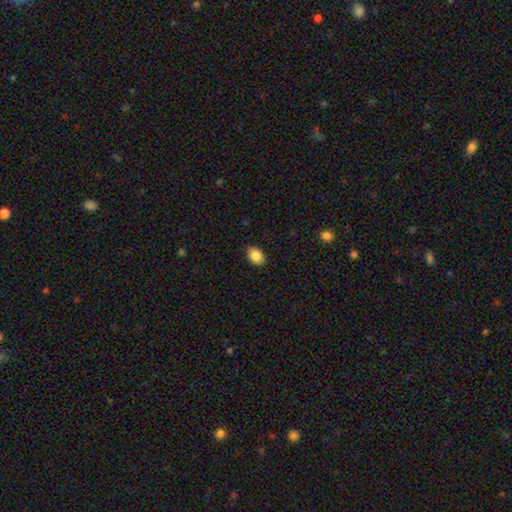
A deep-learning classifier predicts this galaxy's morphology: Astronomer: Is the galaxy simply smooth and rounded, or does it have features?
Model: smooth — 85%.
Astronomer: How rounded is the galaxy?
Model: in between — 76%.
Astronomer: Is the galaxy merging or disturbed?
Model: none — 87%.